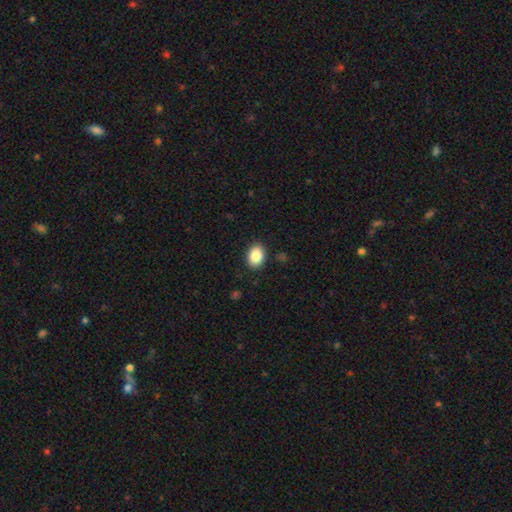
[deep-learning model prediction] Smooth or featured? smooth (86%)
How rounded? in between (78%)
Merging? none (89%)